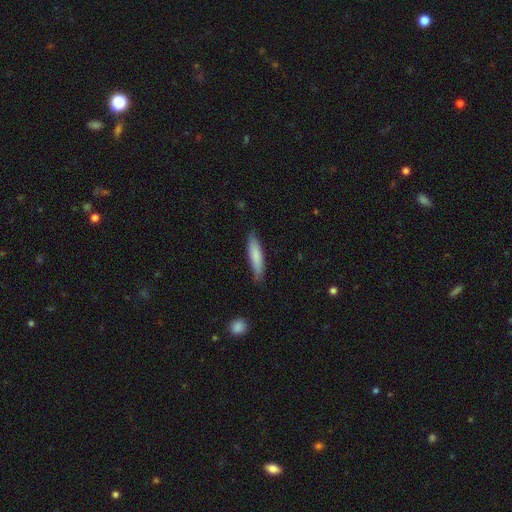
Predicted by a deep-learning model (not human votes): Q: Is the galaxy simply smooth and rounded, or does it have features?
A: smooth — 79%.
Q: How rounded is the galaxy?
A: cigar-shaped — 80%.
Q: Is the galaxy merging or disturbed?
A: none — 80%.